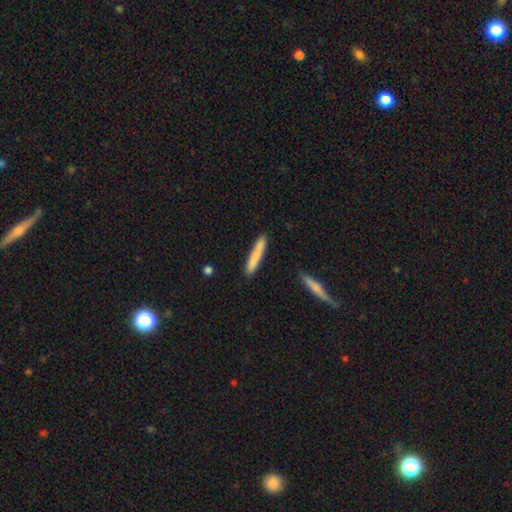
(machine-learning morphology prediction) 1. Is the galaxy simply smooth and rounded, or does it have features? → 81% smooth, 14% featured or disk, 6% star or artifact.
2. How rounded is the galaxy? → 93% cigar-shaped, 6% in between, 1% round.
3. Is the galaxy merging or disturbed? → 86% none, 10% minor disturbance, 2% merger, 2% major disturbance.